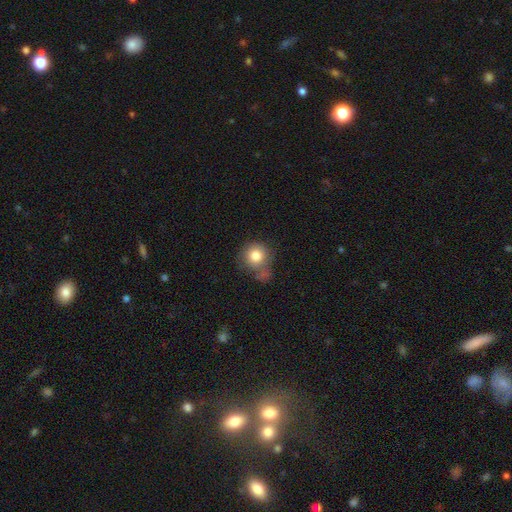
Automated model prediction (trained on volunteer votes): Smooth or featured: smooth — 80% (featured or disk — 11%)
How rounded: round — 88% (in between — 11%)
Merging: none — 47% (minor disturbance — 22%)